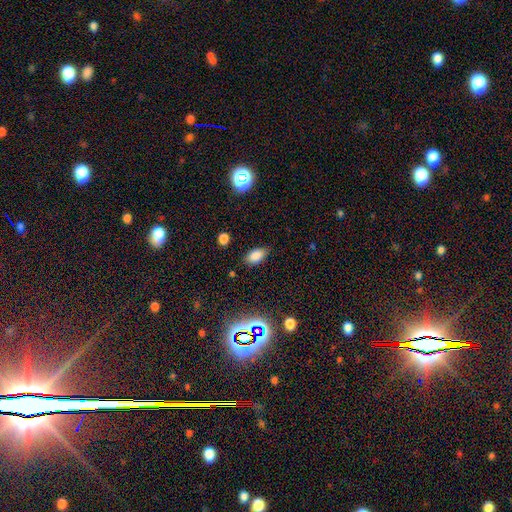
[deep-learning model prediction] smooth 81%, star or artifact 13%, featured or disk 6%. Down the decision tree: how rounded — in between (92%); merging — none (82%).